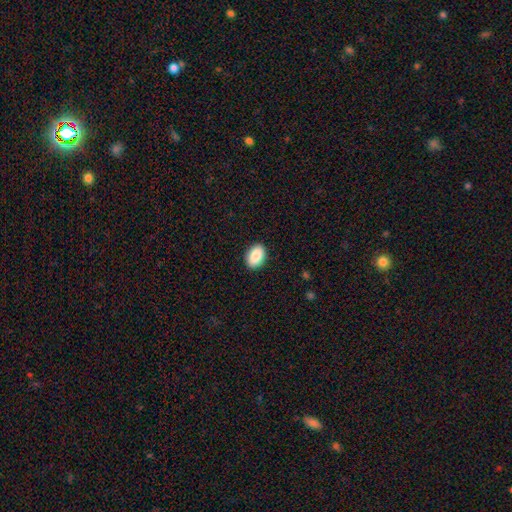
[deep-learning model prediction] A smooth galaxy with no disk features (89%) that is in between round and cigar-shaped (88%). Merging: none (90%).